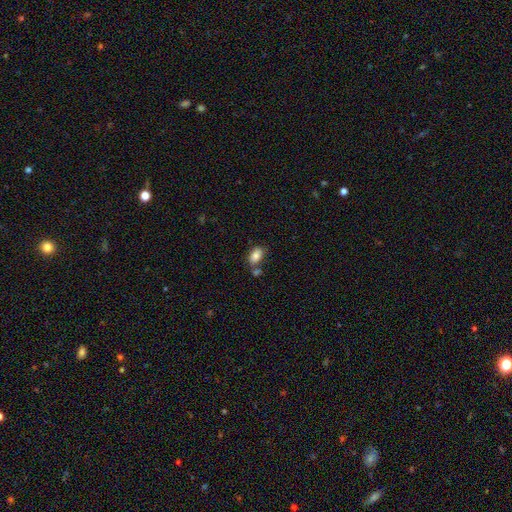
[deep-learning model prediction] smooth-or-featured: smooth: 82% | featured or disk: 10% | star or artifact: 8%
  how-rounded: in between: 89% | round: 9% | cigar-shaped: 2%
  merging: none: 61% | merger: 20% | minor disturbance: 15% | major disturbance: 4%